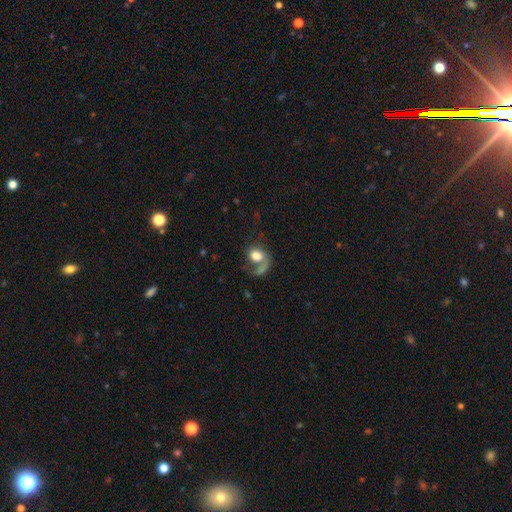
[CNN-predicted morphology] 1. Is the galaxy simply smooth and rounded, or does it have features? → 59% smooth, 32% featured or disk, 8% star or artifact.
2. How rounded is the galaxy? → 50% round, 48% in between, 1% cigar-shaped.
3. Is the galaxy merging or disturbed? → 35% major disturbance, 32% none, 18% merger, 14% minor disturbance.